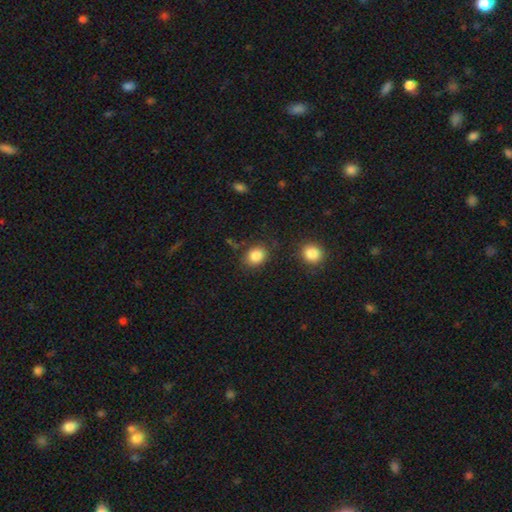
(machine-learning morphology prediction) The model was most divided on "how rounded": round: 52%, in between: 47%, cigar-shaped: 1%. More confident: smooth or featured — smooth (86%); merging — none (81%).